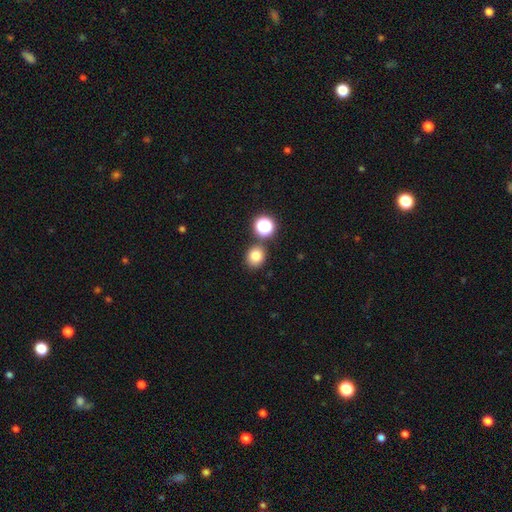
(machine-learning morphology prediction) type=smooth (79%); roundness=round (78%); merging=none (80%).